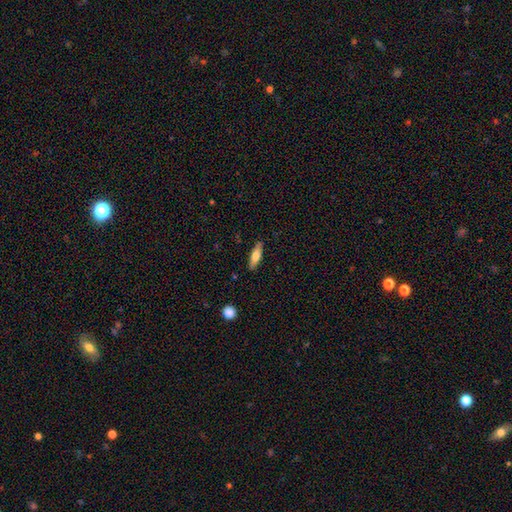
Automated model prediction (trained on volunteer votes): Smooth or featured? Predicted: smooth (p=0.67). How rounded? Predicted: cigar-shaped (p=0.55). Merging? Predicted: none (p=0.86).